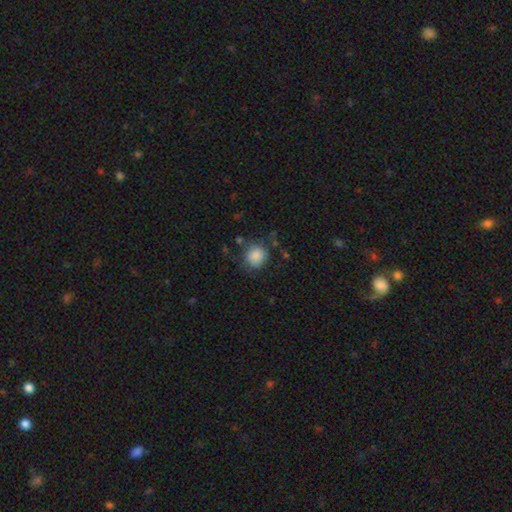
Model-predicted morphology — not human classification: smooth_or_featured: smooth (p=0.85) [alt: star or artifact p=0.08]
how_rounded: round (p=0.84) [alt: in between p=0.15]
merging: none (p=0.72) [alt: minor disturbance p=0.19]